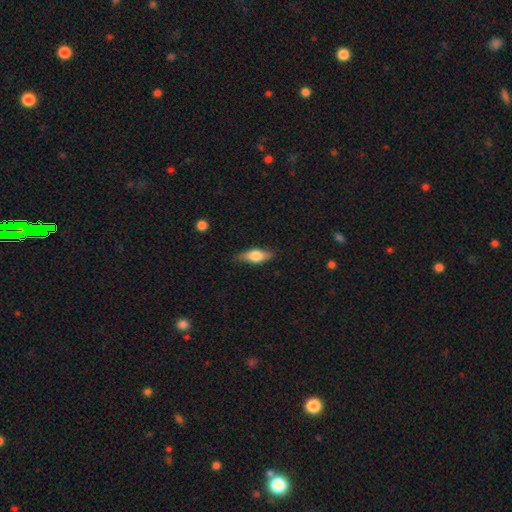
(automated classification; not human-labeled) smooth-or-featured: smooth: 63% | featured or disk: 31% | star or artifact: 6%
  how-rounded: in between: 66% | cigar-shaped: 31% | round: 4%
  merging: none: 83% | minor disturbance: 13% | major disturbance: 3% | merger: 1%